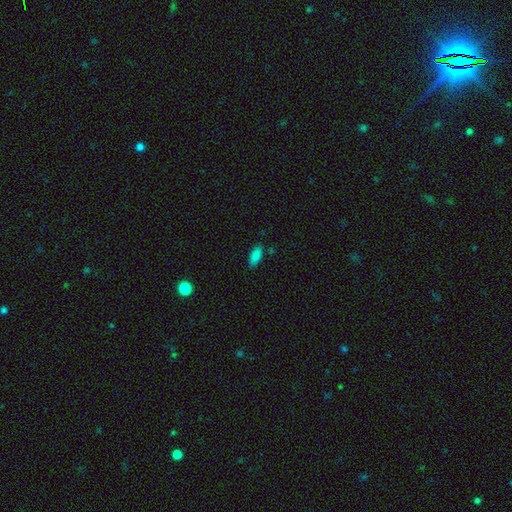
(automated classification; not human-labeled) A smooth galaxy with no disk features (86%) that is in between round and cigar-shaped (84%). Merging: none (83%).